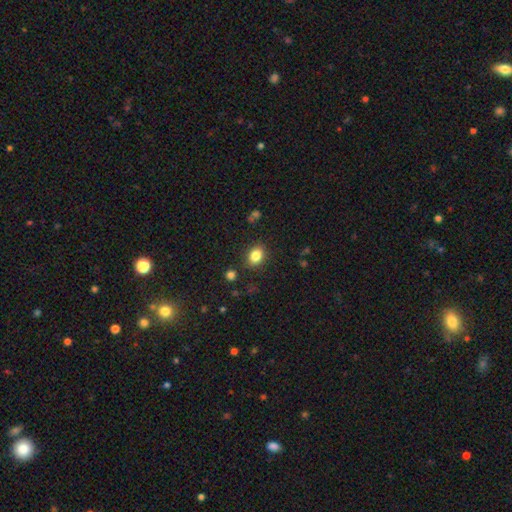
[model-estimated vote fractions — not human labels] A smooth galaxy with no disk features (84%) that is in between round and cigar-shaped (55%). Merging: none (86%).